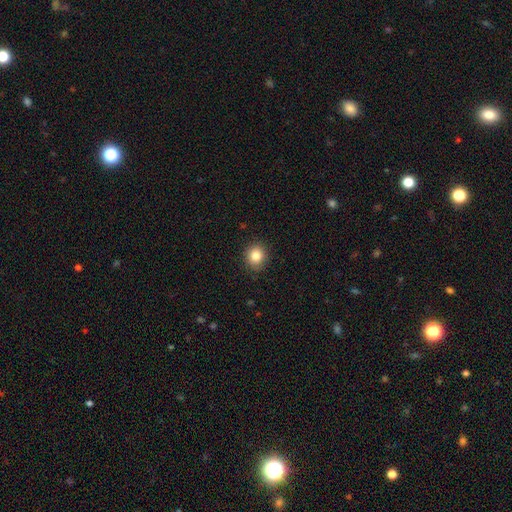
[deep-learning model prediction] Smooth or featured?
  - smooth: 84% *
  - star or artifact: 10%
  - featured or disk: 6%
How rounded?
  - round: 84% *
  - in between: 16%
  - cigar-shaped: 1%
Merging?
  - none: 87% *
  - minor disturbance: 10%
  - major disturbance: 2%
  - merger: 1%